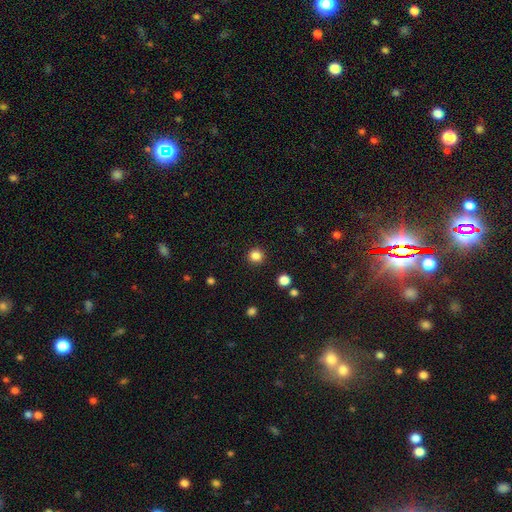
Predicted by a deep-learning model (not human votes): Q: Smooth or featured?
A: smooth (85%); runner-up: star or artifact (12%)
Q: How rounded?
A: round (95%); runner-up: in between (4%)
Q: Merging?
A: none (92%); runner-up: minor disturbance (5%)